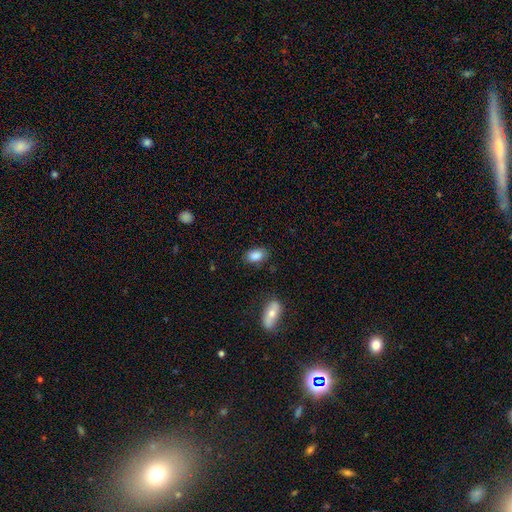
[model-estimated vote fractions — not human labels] This appears to be a smooth galaxy with no disk features (87%) that is in between round and cigar-shaped (90%). Merging: none (81%).